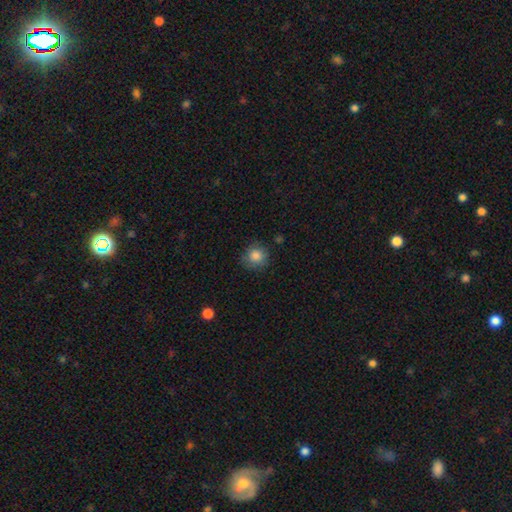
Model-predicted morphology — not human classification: type=smooth (85%); roundness=round (91%); merging=none (81%).